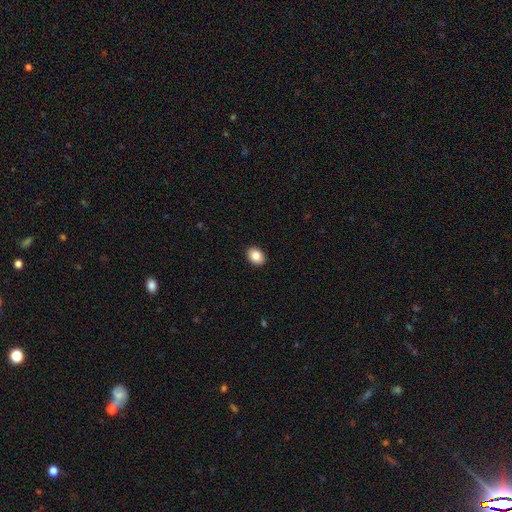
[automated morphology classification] Smooth or featured? Predicted: smooth (p=0.86). How rounded? Predicted: in between (p=0.67). Merging? Predicted: none (p=0.91).